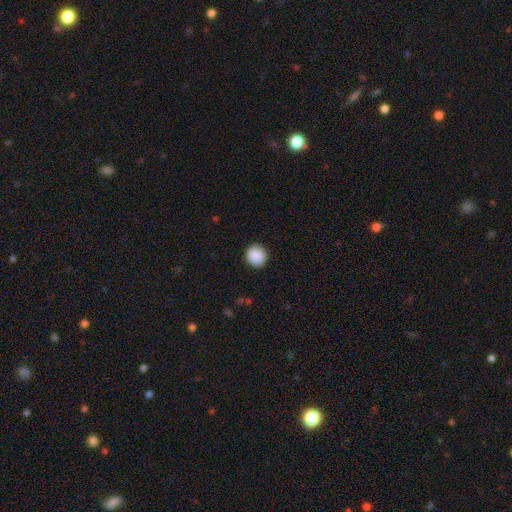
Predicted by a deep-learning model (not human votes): Q: Smooth or featured?
A: smooth (90%); runner-up: star or artifact (8%)
Q: How rounded?
A: round (88%); runner-up: in between (11%)
Q: Merging?
A: none (91%); runner-up: minor disturbance (6%)